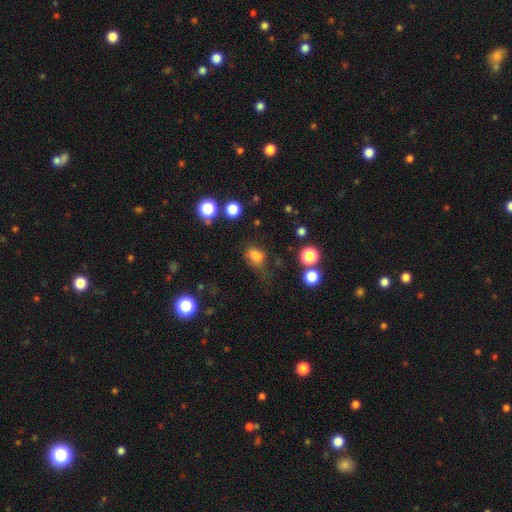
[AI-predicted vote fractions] The model was most divided on "merging": none: 43%, minor disturbance: 28%, major disturbance: 21%, merger: 7%. More confident: smooth or featured — smooth (75%); how rounded — in between (65%).